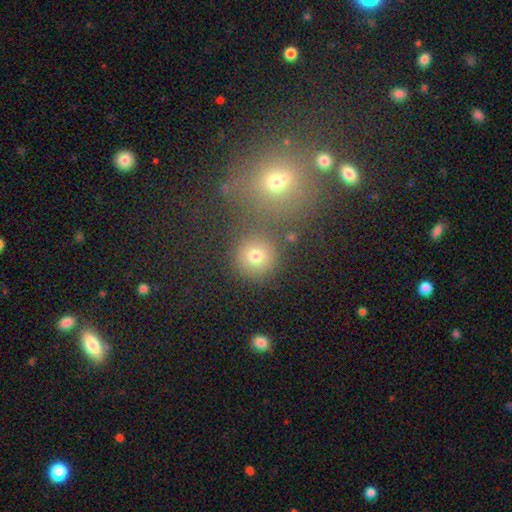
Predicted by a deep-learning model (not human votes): This appears to be a smooth galaxy with no disk features (74%) that is round (91%). Merging: none (78%).